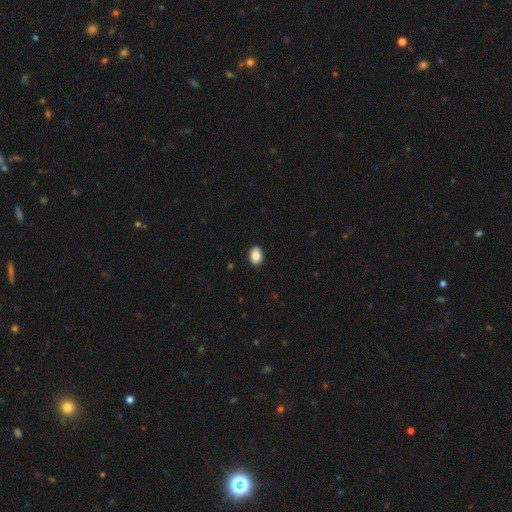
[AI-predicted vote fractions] A smooth galaxy with no disk features (89%) that is in between round and cigar-shaped (80%).

Vote fractions:
- Smooth or featured? smooth: 89% / star or artifact: 8% / featured or disk: 4%
- How rounded? in between: 80% / round: 19% / cigar-shaped: 1%
- Merging? none: 89% / minor disturbance: 9% / major disturbance: 2% / merger: 1%